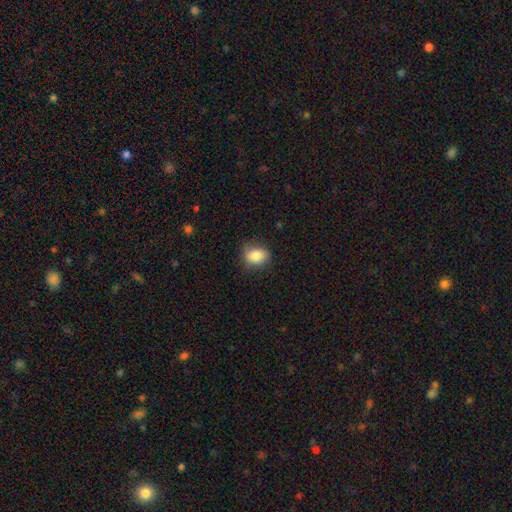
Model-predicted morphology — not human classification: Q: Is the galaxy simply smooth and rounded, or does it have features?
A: smooth — 84%.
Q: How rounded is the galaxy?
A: in between — 66%.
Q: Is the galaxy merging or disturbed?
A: none — 73%.